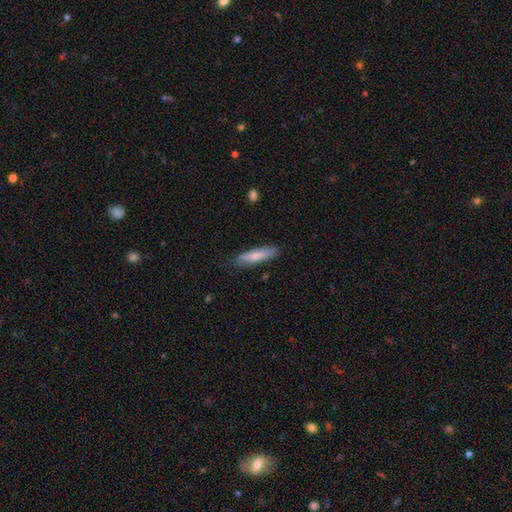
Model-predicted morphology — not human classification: smooth 75%, featured or disk 20%, star or artifact 6%. Down the decision tree: how rounded — cigar-shaped (78%); merging — none (82%).